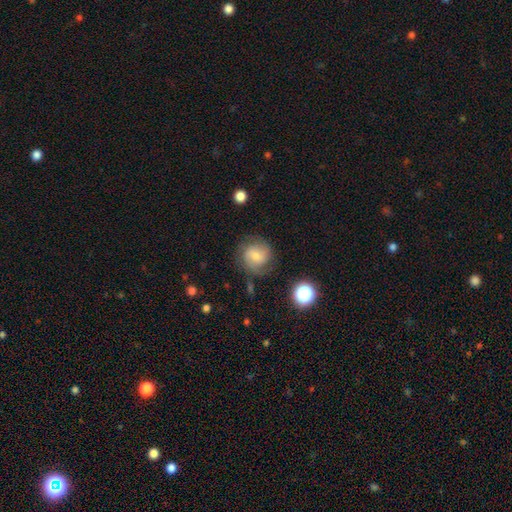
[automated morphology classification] This appears to be a smooth galaxy with no disk features (51%) that is round (86%). Merging: none (69%).